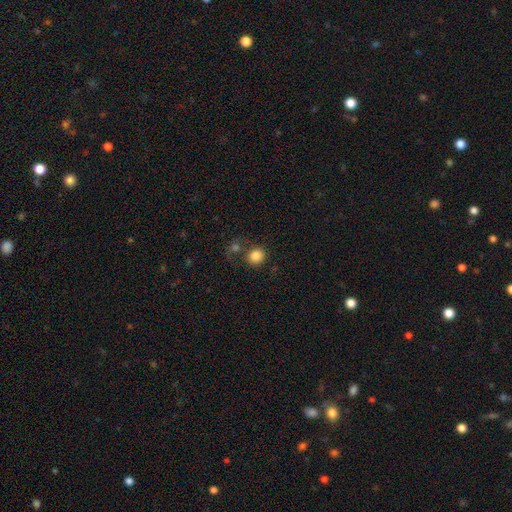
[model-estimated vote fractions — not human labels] A smooth galaxy with no disk features (84%) that is round (84%). Merging: none (65%).